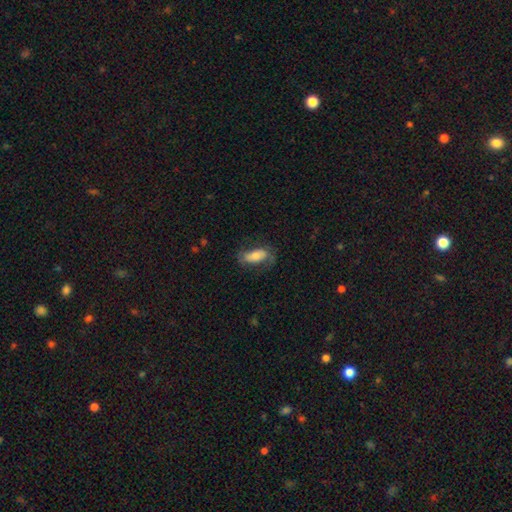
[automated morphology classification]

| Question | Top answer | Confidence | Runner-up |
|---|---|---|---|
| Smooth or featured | smooth | 57% | featured or disk (35%) |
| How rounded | in between | 78% | cigar-shaped (18%) |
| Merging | none | 65% | minor disturbance (21%) |